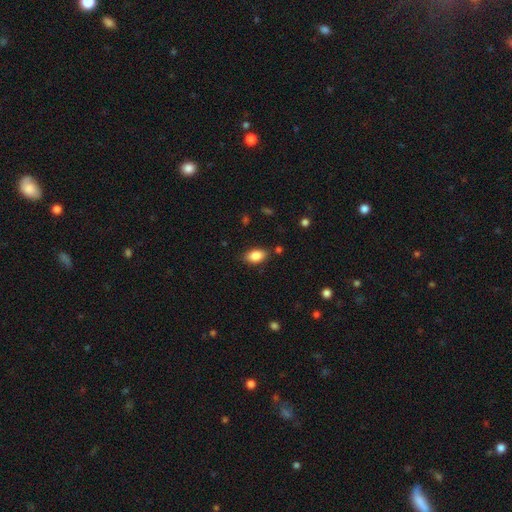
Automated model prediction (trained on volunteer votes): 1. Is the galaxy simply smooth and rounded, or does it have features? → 86% smooth, 8% star or artifact, 6% featured or disk.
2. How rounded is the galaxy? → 91% in between, 7% round, 2% cigar-shaped.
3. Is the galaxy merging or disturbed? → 83% none, 11% minor disturbance, 3% major disturbance, 2% merger.